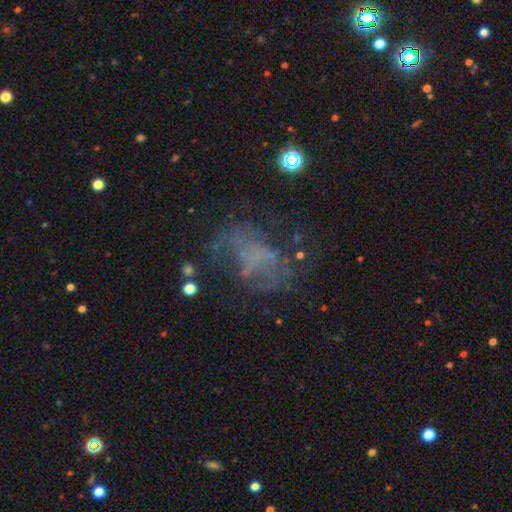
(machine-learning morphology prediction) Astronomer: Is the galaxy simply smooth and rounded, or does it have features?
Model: featured or disk — 51%.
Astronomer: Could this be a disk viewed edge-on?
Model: no — 97%.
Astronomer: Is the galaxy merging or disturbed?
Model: none — 45% (runner-up: major disturbance, 32%).